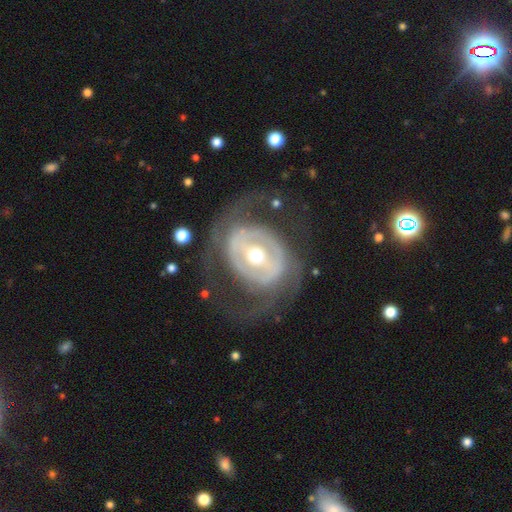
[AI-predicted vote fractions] A featured or disk galaxy (81%) with a strong bar (35%, tied with weak), spiral arms (61%) and a moderate central bulge (58%). Merging: none (62%).